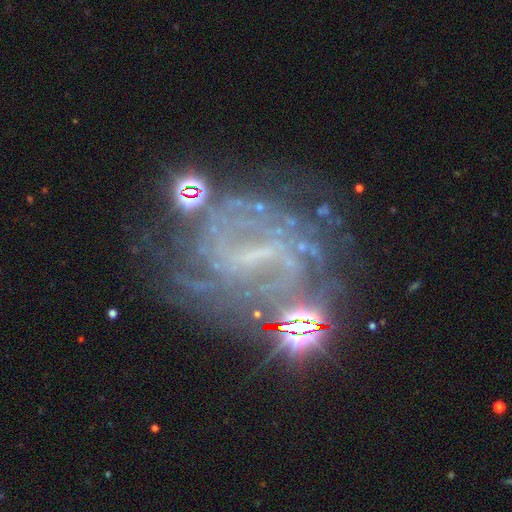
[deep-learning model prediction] smooth-or-featured: featured or disk: 75% | star or artifact: 15% | smooth: 9%
  disk-edge-on: no: 97% | yes: 3%
    bar: weak: 44% | strong: 33% | no: 24%
    has-spiral-arms: yes: 79% | no: 21%
      spiral-winding: tight: 43% | medium: 38% | loose: 19%
      spiral-arm-count: can't tell: 44% | 2: 25% | 3: 11% | 4: 8% | more than 4: 6% | 1: 6%
    bulge-size: none: 47% | small: 42% | moderate: 9% | large: 1% | dominant: 1%
  merging: none: 56% | major disturbance: 18% | minor disturbance: 18% | merger: 8%